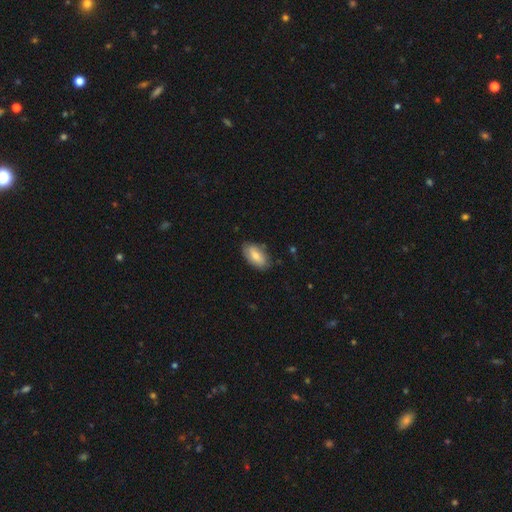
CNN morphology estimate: A smooth galaxy with no disk features (75%) that is in between round and cigar-shaped (91%).

Vote fractions:
- Smooth or featured? smooth: 75% / featured or disk: 19% / star or artifact: 7%
- How rounded? in between: 91% / cigar-shaped: 6% / round: 3%
- Merging? none: 78% / minor disturbance: 17% / major disturbance: 3% / merger: 2%